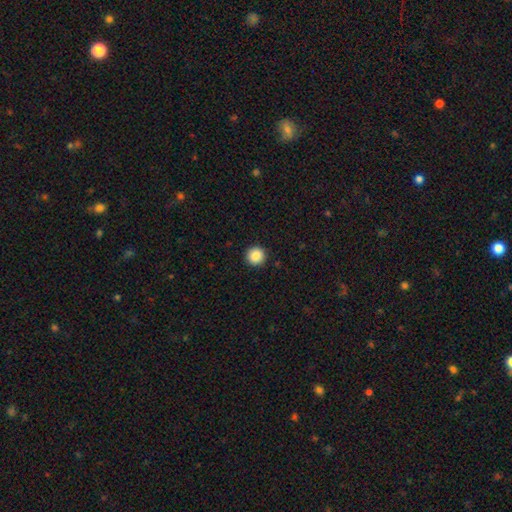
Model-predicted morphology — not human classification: Smooth or featured?
  - smooth: 88% *
  - star or artifact: 9%
  - featured or disk: 3%
How rounded?
  - round: 95% *
  - in between: 4%
  - cigar-shaped: 1%
Merging?
  - none: 93% *
  - minor disturbance: 4%
  - major disturbance: 2%
  - merger: 1%